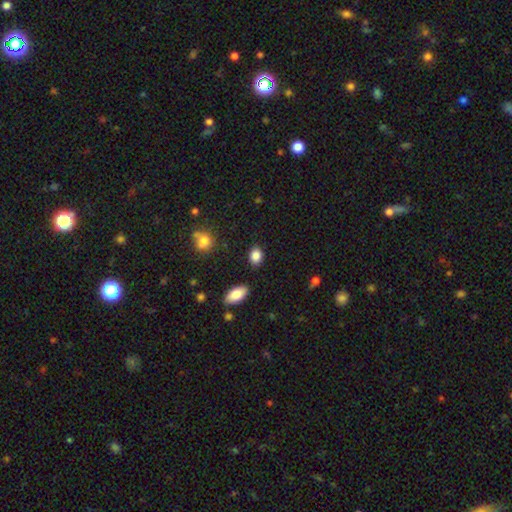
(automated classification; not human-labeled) smooth 86%, star or artifact 9%, featured or disk 5%. Down the decision tree: how rounded — in between (67%); merging — none (84%).